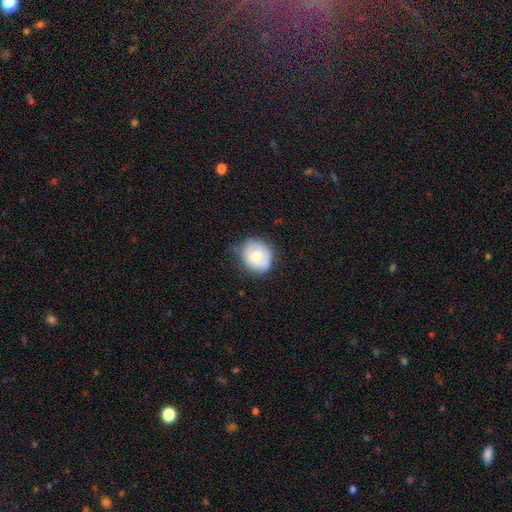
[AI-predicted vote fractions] This appears to be a smooth galaxy with no disk features (65%) that is round (72%). Merging: none (55%).